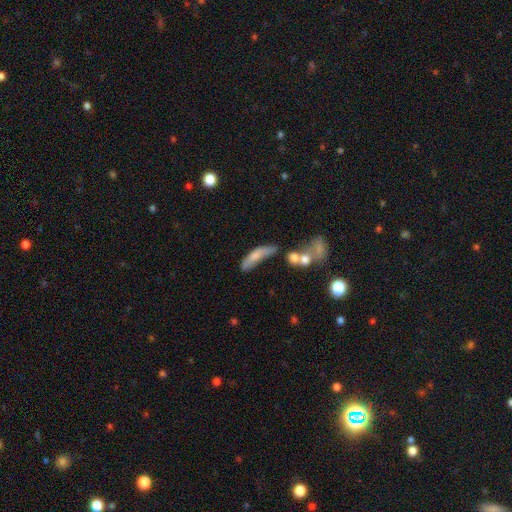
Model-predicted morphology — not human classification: The model was most divided on "merging" (2-way tie): none: 27%, merger: 27%, minor disturbance: 23%, major disturbance: 23%. More confident: smooth or featured — smooth (64%); how rounded — cigar-shaped (59%).